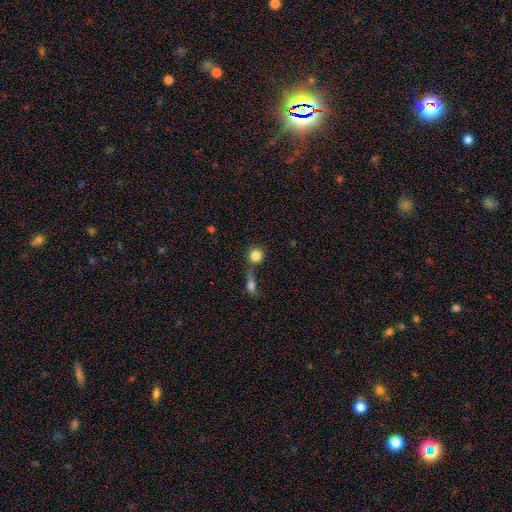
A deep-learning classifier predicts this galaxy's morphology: type=smooth (84%); roundness=round (89%); merging=none (53%).